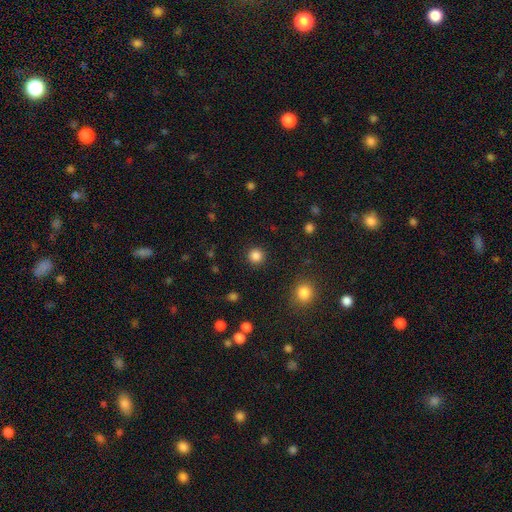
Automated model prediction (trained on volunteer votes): A smooth galaxy with no disk features (85%) that is round (95%). Merging: none (92%).